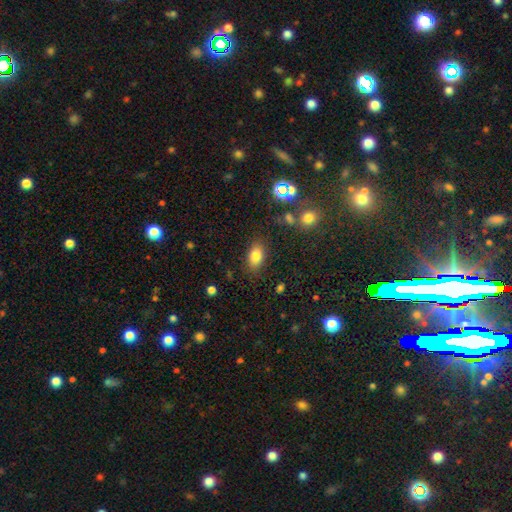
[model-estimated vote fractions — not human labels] The model was most divided on "smooth or featured": smooth: 80%, star or artifact: 10%, featured or disk: 9%. More confident: how rounded — in between (87%); merging — none (83%).